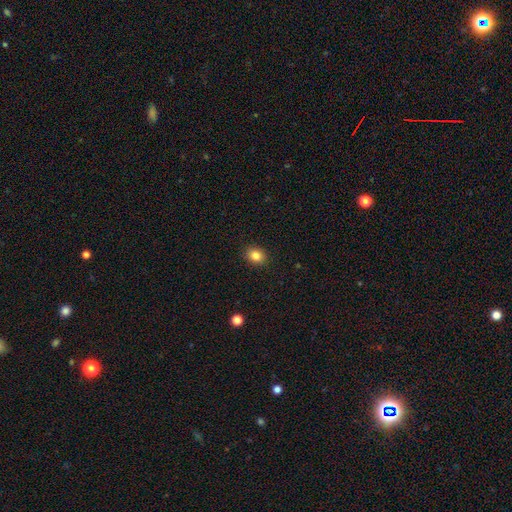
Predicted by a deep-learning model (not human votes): Q: Smooth or featured?
A: smooth (84%); runner-up: star or artifact (10%)
Q: How rounded?
A: in between (51%); runner-up: round (48%)
Q: Merging?
A: none (90%); runner-up: minor disturbance (7%)